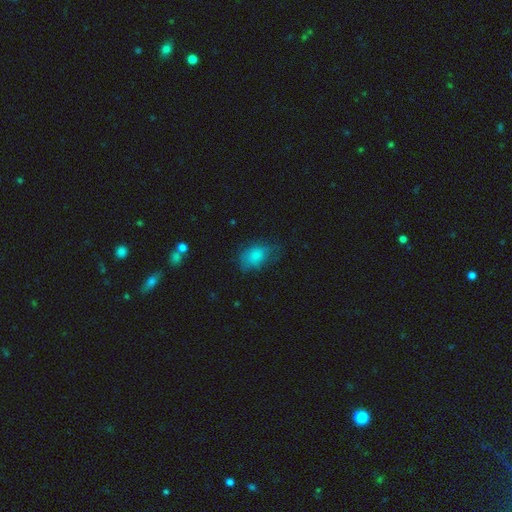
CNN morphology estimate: Q: Smooth or featured?
A: smooth (78%); runner-up: featured or disk (13%)
Q: How rounded?
A: in between (80%); runner-up: round (18%)
Q: Merging?
A: none (54%); runner-up: minor disturbance (30%)